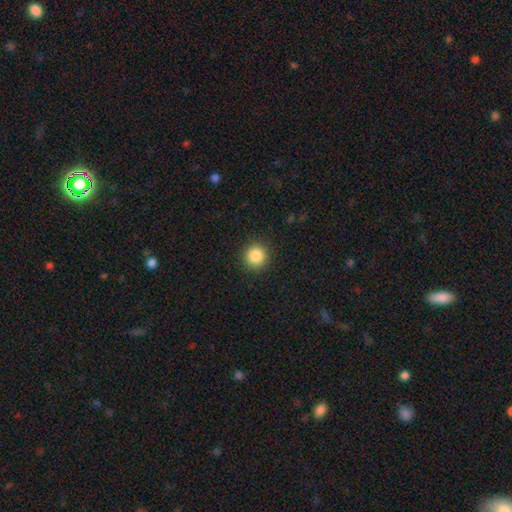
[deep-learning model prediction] A smooth galaxy with no disk features (86%) that is round (94%).

Vote fractions:
- Smooth or featured? smooth: 86% / star or artifact: 10% / featured or disk: 4%
- How rounded? round: 94% / in between: 5% / cigar-shaped: 1%
- Merging? none: 91% / minor disturbance: 6% / major disturbance: 2% / merger: 1%